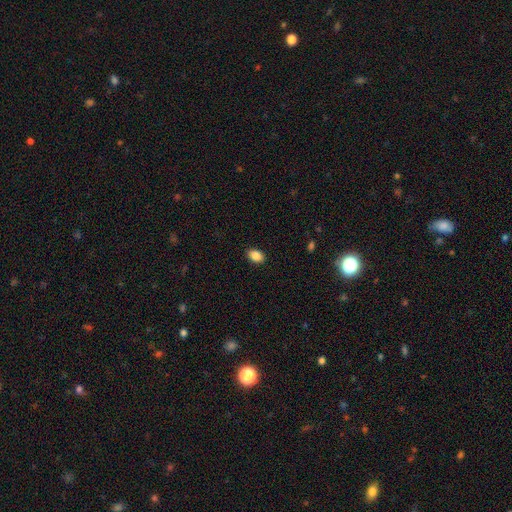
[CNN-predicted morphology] Q: Smooth or featured?
A: smooth (88%); runner-up: star or artifact (8%)
Q: How rounded?
A: in between (84%); runner-up: round (15%)
Q: Merging?
A: none (89%); runner-up: minor disturbance (8%)